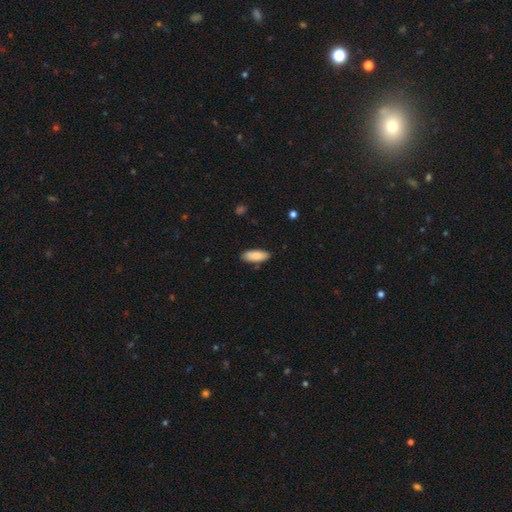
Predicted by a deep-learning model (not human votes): A smooth galaxy with no disk features (87%) that is in between round and cigar-shaped (75%).

Vote fractions:
- Smooth or featured? smooth: 87% / featured or disk: 7% / star or artifact: 6%
- How rounded? in between: 75% / cigar-shaped: 24% / round: 2%
- Merging? none: 84% / minor disturbance: 12% / major disturbance: 2% / merger: 2%